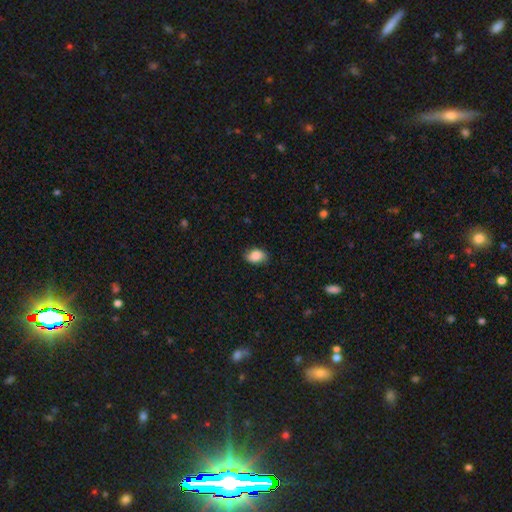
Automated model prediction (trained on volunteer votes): Q: Smooth or featured?
A: smooth (86%); runner-up: star or artifact (8%)
Q: How rounded?
A: in between (81%); runner-up: round (18%)
Q: Merging?
A: none (79%); runner-up: minor disturbance (17%)